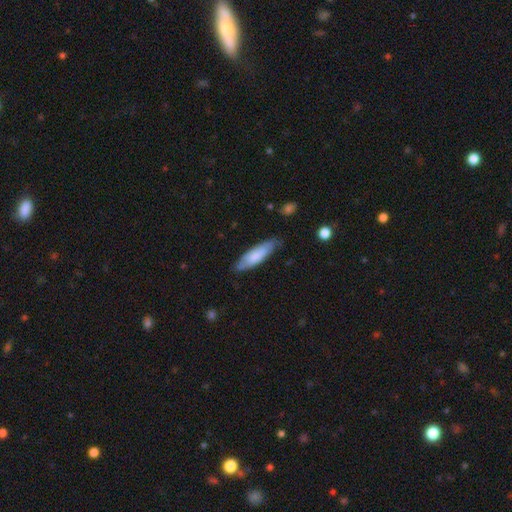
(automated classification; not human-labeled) This appears to be a smooth galaxy with no disk features (73%) that is cigar-shaped (59%). Merging: none (75%).